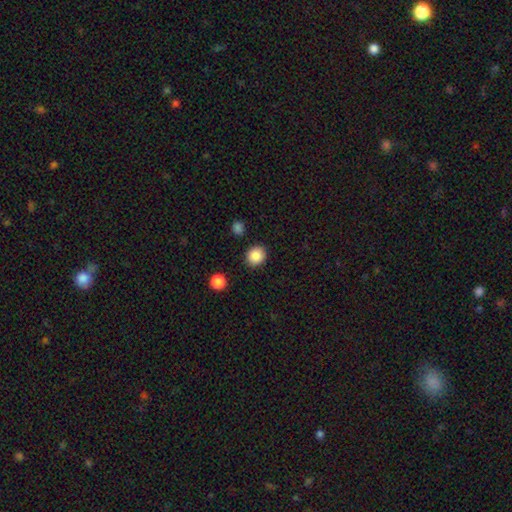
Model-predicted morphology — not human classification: Smooth or featured?
  - smooth: 87% *
  - star or artifact: 9%
  - featured or disk: 4%
How rounded?
  - round: 81% *
  - in between: 18%
  - cigar-shaped: 1%
Merging?
  - none: 89% *
  - minor disturbance: 7%
  - major disturbance: 2%
  - merger: 2%